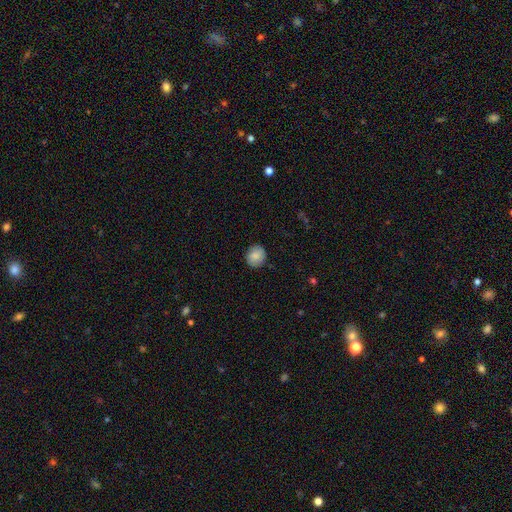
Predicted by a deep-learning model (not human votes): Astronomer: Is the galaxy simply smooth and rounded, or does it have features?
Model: smooth — 84%.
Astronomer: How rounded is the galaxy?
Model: round — 86%.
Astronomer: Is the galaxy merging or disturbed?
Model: none — 88%.